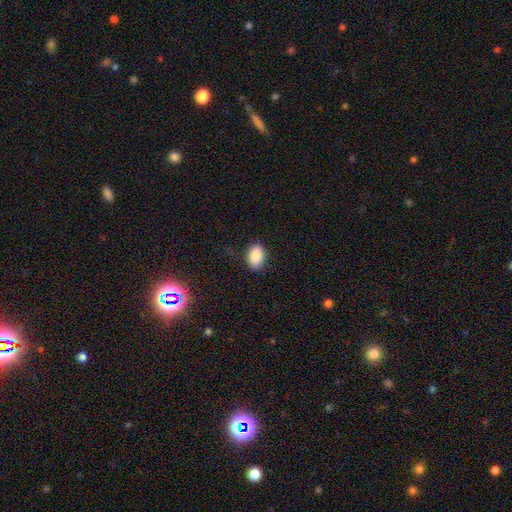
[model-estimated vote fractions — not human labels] smooth 88%, star or artifact 8%, featured or disk 4%. Down the decision tree: how rounded — in between (88%); merging — none (82%).